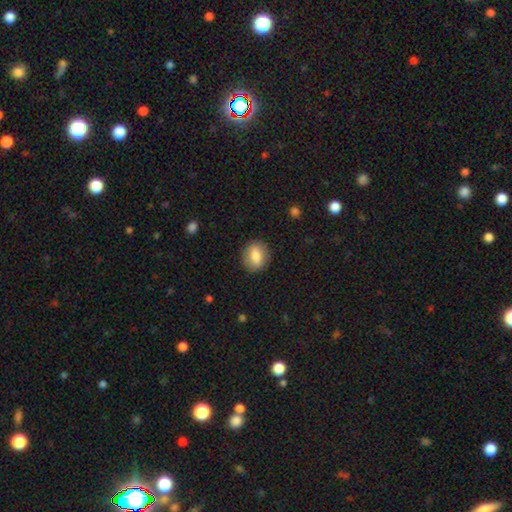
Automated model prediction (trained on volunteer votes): smooth-or-featured: smooth: 76% | featured or disk: 16% | star or artifact: 8%
  how-rounded: round: 57% | in between: 41% | cigar-shaped: 2%
  merging: none: 87% | minor disturbance: 9% | major disturbance: 3% | merger: 1%